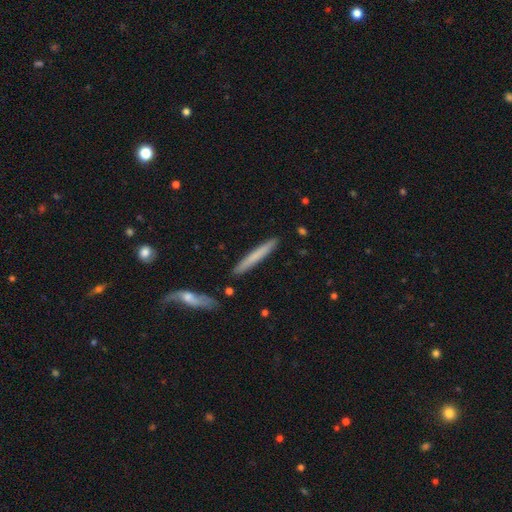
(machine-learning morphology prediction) Smooth or featured? smooth (64%)
How rounded? cigar-shaped (96%)
Merging? none (89%)